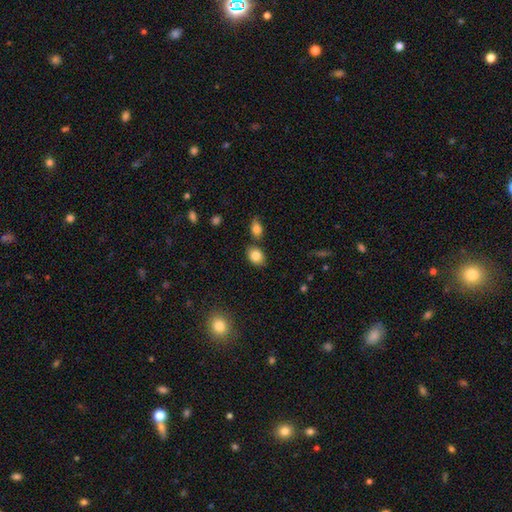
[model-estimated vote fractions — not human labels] Smooth or featured: smooth — 84% (star or artifact — 9%)
How rounded: in between — 66% (round — 33%)
Merging: none — 76% (minor disturbance — 12%)